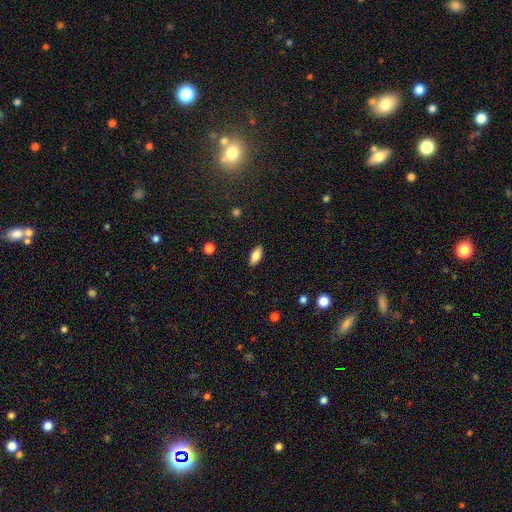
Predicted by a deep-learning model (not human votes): The model was most divided on "smooth or featured": smooth: 79%, featured or disk: 14%, star or artifact: 7%. More confident: merging — none (89%); how rounded — in between (81%).